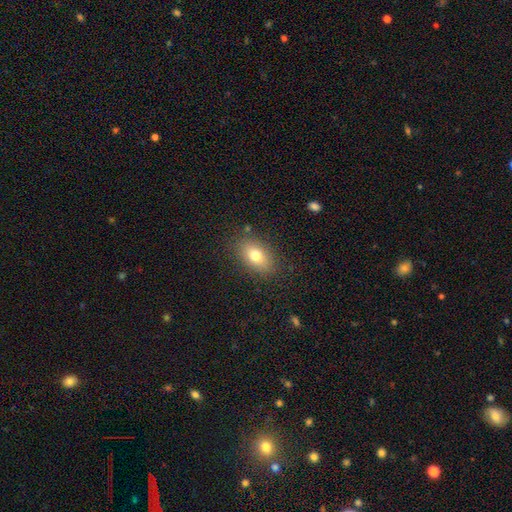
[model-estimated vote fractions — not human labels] Smooth or featured?
  - smooth: 76% *
  - featured or disk: 14%
  - star or artifact: 10%
How rounded?
  - in between: 84% *
  - round: 13%
  - cigar-shaped: 3%
Merging?
  - none: 84% *
  - minor disturbance: 11%
  - major disturbance: 3%
  - merger: 2%